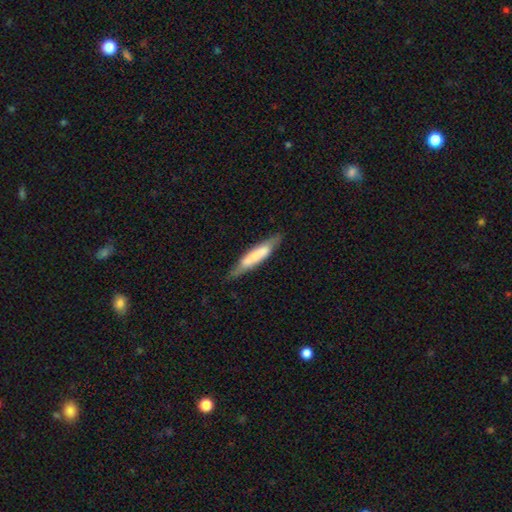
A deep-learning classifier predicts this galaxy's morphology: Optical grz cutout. It shows a smooth galaxy with no disk features (52%) that is cigar-shaped (81%). Merging: none (74%).